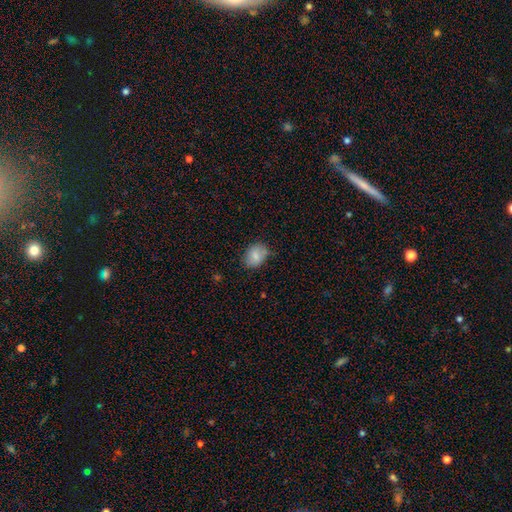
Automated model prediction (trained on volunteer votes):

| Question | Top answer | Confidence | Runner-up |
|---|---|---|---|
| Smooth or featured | smooth | 81% | featured or disk (10%) |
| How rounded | in between | 63% | round (36%) |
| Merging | none | 70% | minor disturbance (24%) |